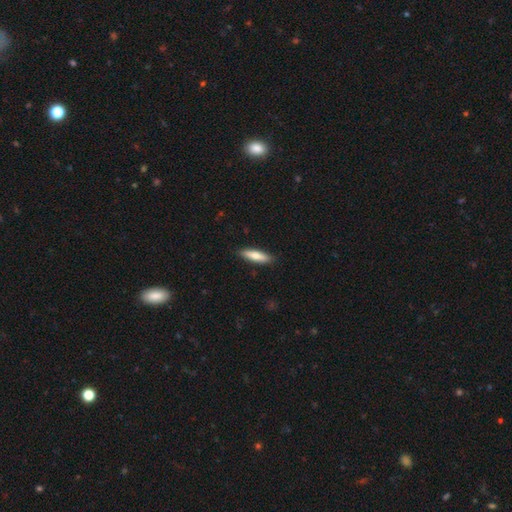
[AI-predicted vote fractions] smooth 75%, featured or disk 20%, star or artifact 6%. Down the decision tree: how rounded — cigar-shaped (66%); merging — none (88%).